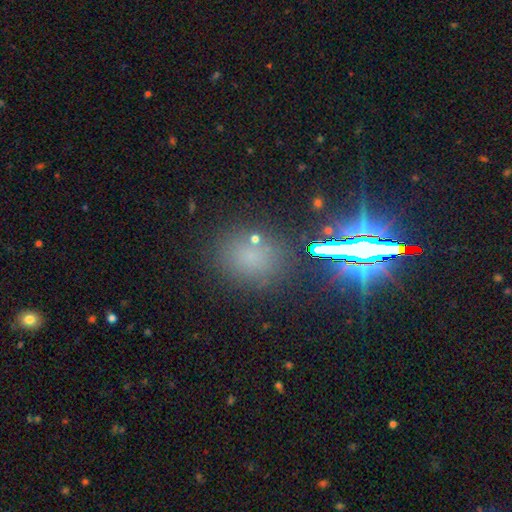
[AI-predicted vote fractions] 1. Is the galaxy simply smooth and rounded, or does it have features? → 61% star or artifact, 28% smooth, 11% featured or disk.